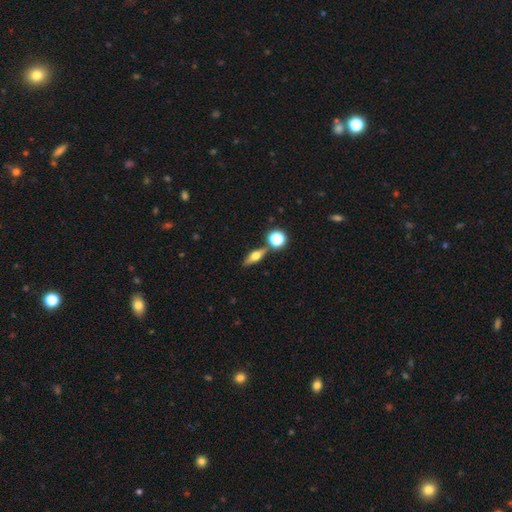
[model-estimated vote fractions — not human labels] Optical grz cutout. It shows a featured or disk galaxy (48%). Merging: none (76%).